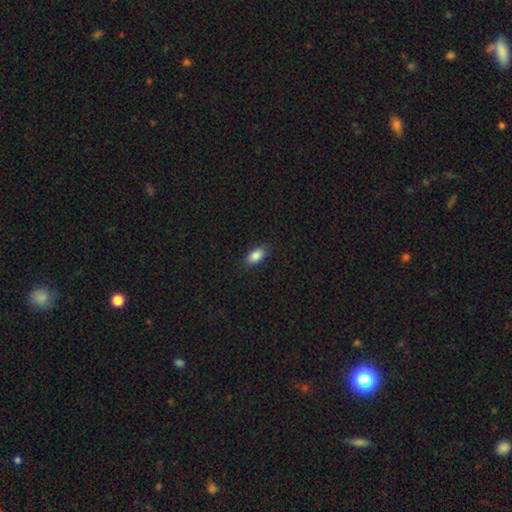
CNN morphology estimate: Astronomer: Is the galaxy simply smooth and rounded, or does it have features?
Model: smooth — 87%.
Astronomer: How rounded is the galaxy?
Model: in between — 90%.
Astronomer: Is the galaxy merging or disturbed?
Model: none — 86%.